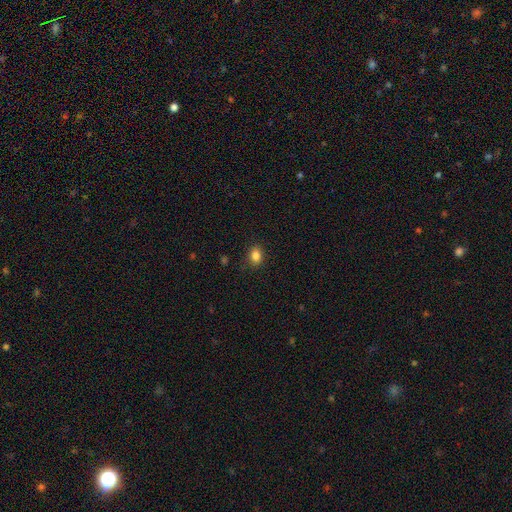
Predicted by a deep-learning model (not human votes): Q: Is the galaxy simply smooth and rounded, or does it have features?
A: smooth — 85%.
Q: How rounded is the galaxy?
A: in between — 67%.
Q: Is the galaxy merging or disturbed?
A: none — 87%.